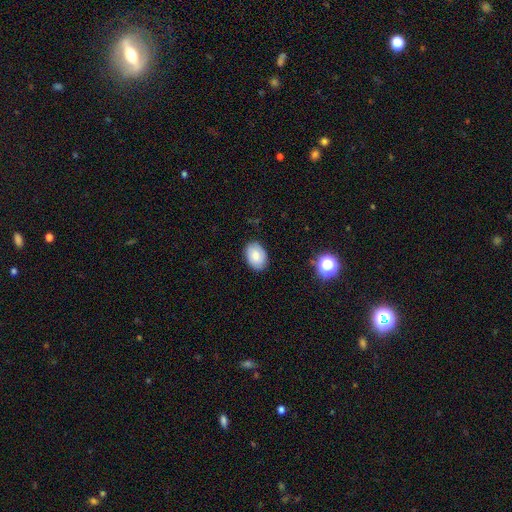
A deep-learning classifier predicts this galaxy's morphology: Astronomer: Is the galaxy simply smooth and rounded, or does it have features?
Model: smooth — 76%.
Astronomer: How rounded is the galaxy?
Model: in between — 83%.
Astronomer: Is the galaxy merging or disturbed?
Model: none — 86%.